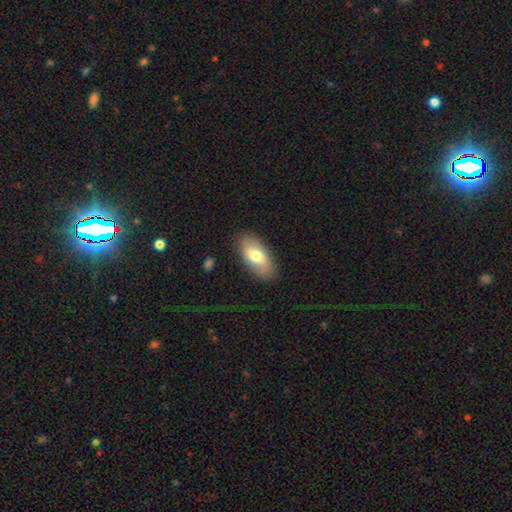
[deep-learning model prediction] Smooth or featured? Predicted: smooth (p=0.69). How rounded? Predicted: in between (p=0.91). Merging? Predicted: none (p=0.84).